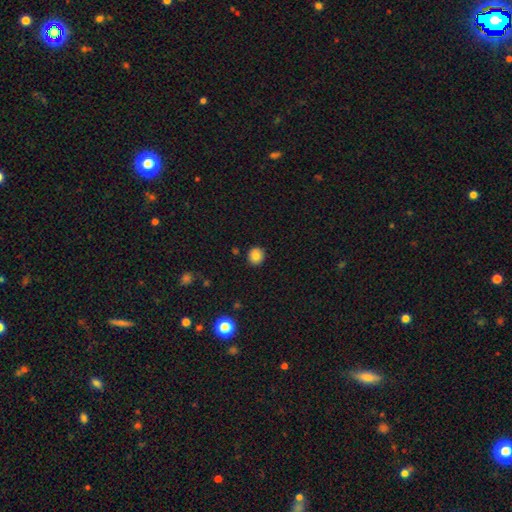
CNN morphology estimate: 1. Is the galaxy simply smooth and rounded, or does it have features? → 83% smooth, 10% star or artifact, 7% featured or disk.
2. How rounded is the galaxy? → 89% round, 10% in between, 1% cigar-shaped.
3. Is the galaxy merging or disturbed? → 90% none, 7% minor disturbance, 2% major disturbance, 1% merger.